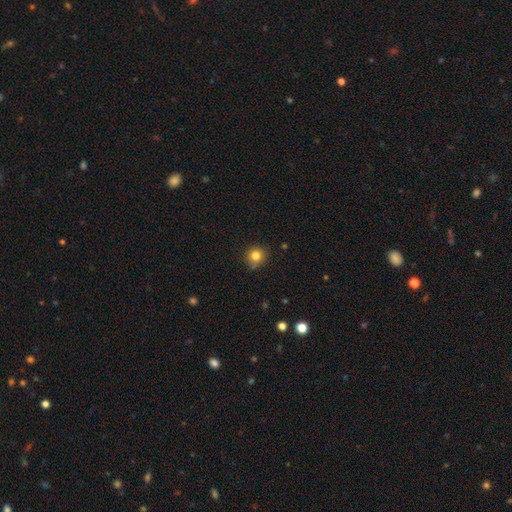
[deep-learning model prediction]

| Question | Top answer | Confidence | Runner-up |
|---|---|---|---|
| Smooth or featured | smooth | 81% | star or artifact (12%) |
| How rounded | round | 88% | in between (11%) |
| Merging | none | 76% | minor disturbance (18%) |